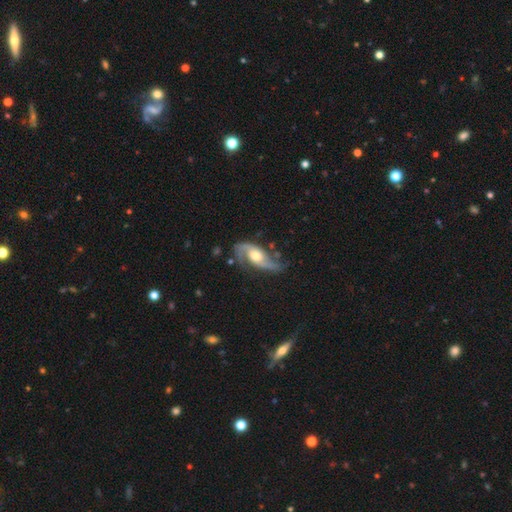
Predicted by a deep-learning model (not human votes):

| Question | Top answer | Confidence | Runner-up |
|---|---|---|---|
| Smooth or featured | featured or disk | 87% | smooth (9%) |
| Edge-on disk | no | 94% | yes (6%) |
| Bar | no | 61% | weak (30%) |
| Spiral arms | yes | 96% | no (4%) |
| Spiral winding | loose | 43% | medium (42%) |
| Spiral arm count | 2 | 90% | 1 (3%) |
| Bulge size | moderate | 65% | large (20%) |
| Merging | none | 61% | minor disturbance (23%) |